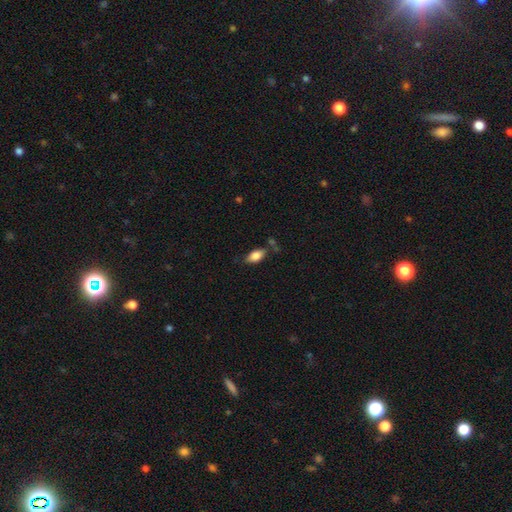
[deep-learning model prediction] Smooth or featured?
  - smooth: 82% *
  - featured or disk: 10%
  - star or artifact: 7%
How rounded?
  - in between: 91% *
  - cigar-shaped: 5%
  - round: 4%
Merging?
  - none: 68% *
  - minor disturbance: 19%
  - merger: 8%
  - major disturbance: 5%